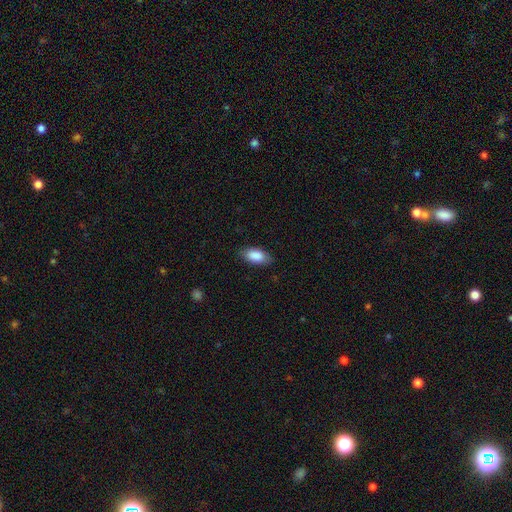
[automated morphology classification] A smooth galaxy with no disk features (88%) that is in between round and cigar-shaped (92%). Merging: none (82%).